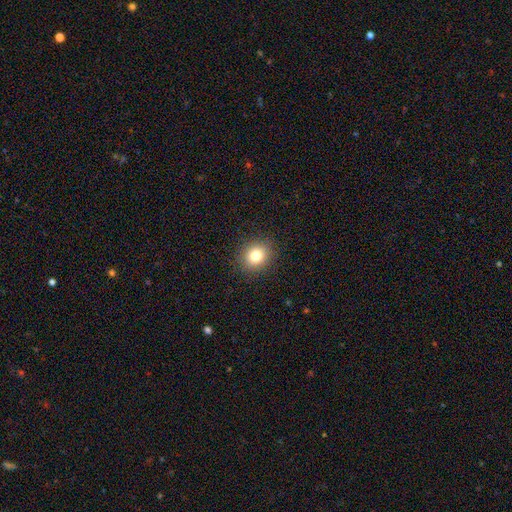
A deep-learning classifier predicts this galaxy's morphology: Overall: smooth (79%). How rounded: round (73%). Merging: none (90%).